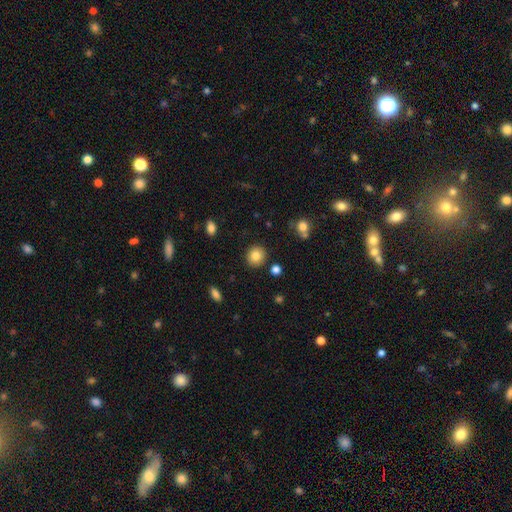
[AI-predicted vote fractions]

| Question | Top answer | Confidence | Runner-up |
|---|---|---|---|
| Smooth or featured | smooth | 83% | star or artifact (10%) |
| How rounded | round | 89% | in between (10%) |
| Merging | none | 90% | minor disturbance (6%) |